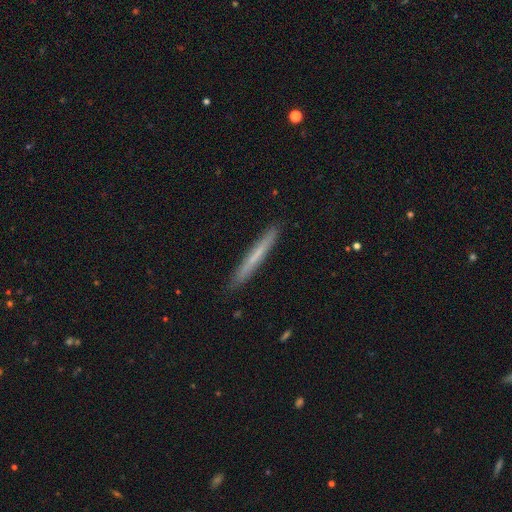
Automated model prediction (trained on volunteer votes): smooth-or-featured: smooth: 58% | featured or disk: 35% | star or artifact: 6%
  how-rounded: cigar-shaped: 97% | in between: 2% | round: 1%
  merging: none: 90% | minor disturbance: 7% | major disturbance: 1% | merger: 1%